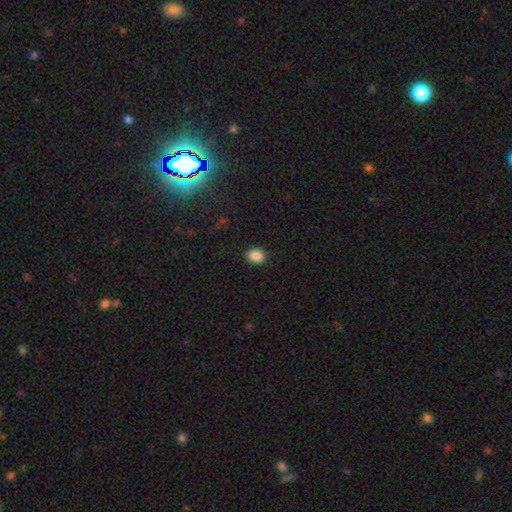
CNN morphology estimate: The model was most divided on "how rounded": in between: 57%, round: 42%, cigar-shaped: 1%. More confident: merging — none (89%); smooth or featured — smooth (88%).